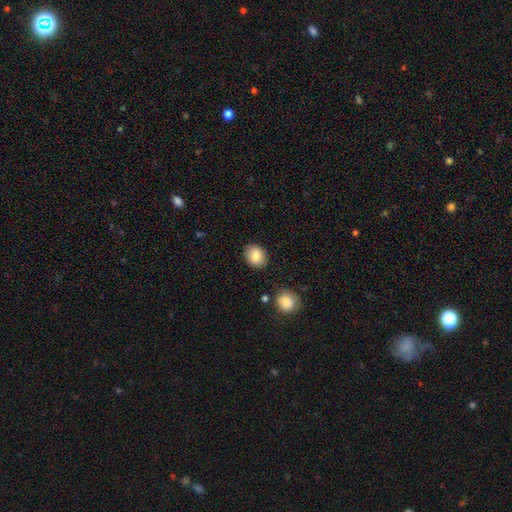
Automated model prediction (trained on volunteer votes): Morphology: type=smooth (84%); roundness=round (51%); merging=none (85%).